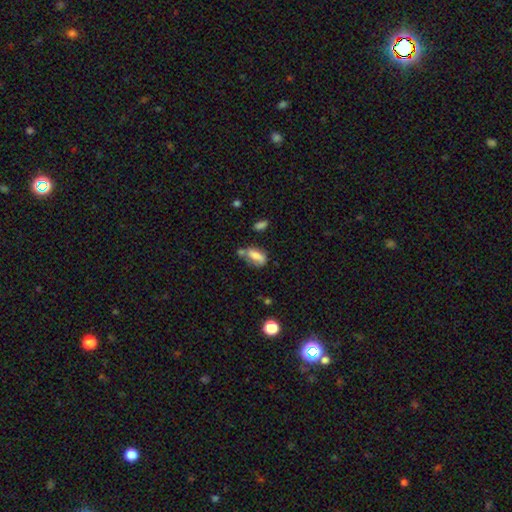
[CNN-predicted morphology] A smooth galaxy with no disk features (71%) that is in between round and cigar-shaped (82%).

Vote fractions:
- Smooth or featured? smooth: 71% / featured or disk: 19% / star or artifact: 10%
- How rounded? in between: 82% / cigar-shaped: 12% / round: 6%
- Merging? none: 38% / minor disturbance: 26% / merger: 24% / major disturbance: 13%